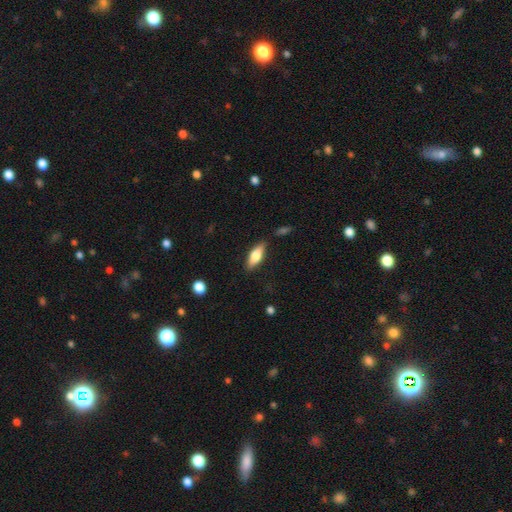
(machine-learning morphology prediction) smooth-or-featured: smooth: 66% | featured or disk: 28% | star or artifact: 6%
  how-rounded: in between: 64% | cigar-shaped: 33% | round: 2%
  merging: none: 81% | minor disturbance: 13% | major disturbance: 3% | merger: 2%